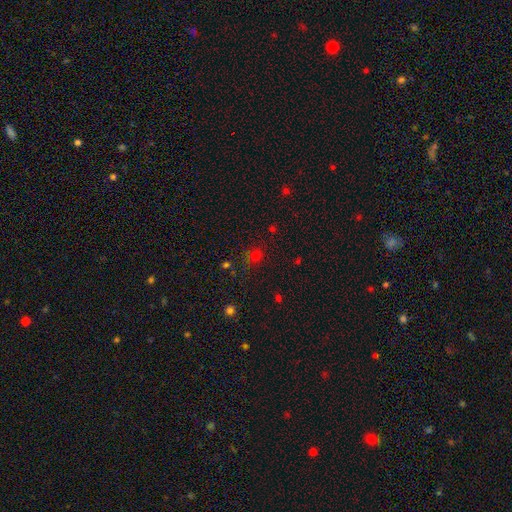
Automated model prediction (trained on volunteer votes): smooth-or-featured: smooth: 63% | star or artifact: 30% | featured or disk: 7%
  how-rounded: round: 77% | in between: 22% | cigar-shaped: 1%
  merging: none: 71% | minor disturbance: 16% | major disturbance: 8% | merger: 6%